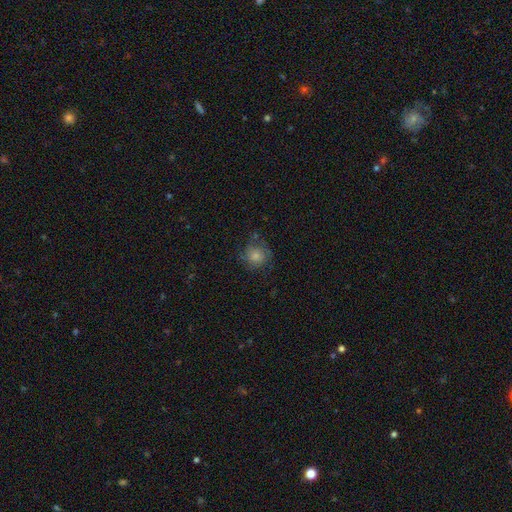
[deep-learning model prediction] This is likely a smooth galaxy (70%). How rounded: clearly round (86%). Merging: likely none (63%).